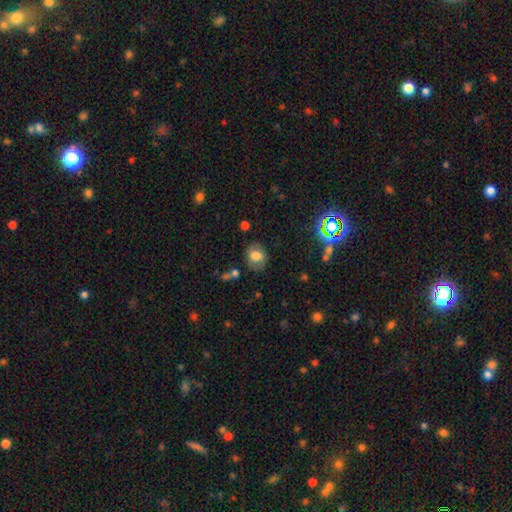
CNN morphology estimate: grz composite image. It shows a smooth galaxy with no disk features (69%) that is round (61%). Merging: none (77%).